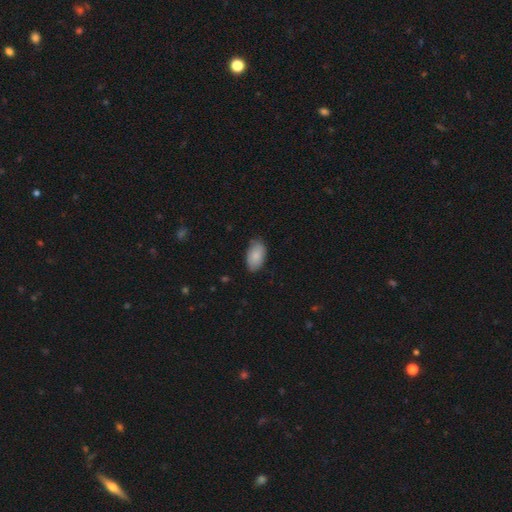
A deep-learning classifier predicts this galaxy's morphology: smooth 87%, featured or disk 7%, star or artifact 6%. Down the decision tree: how rounded — in between (94%); merging — none (80%).